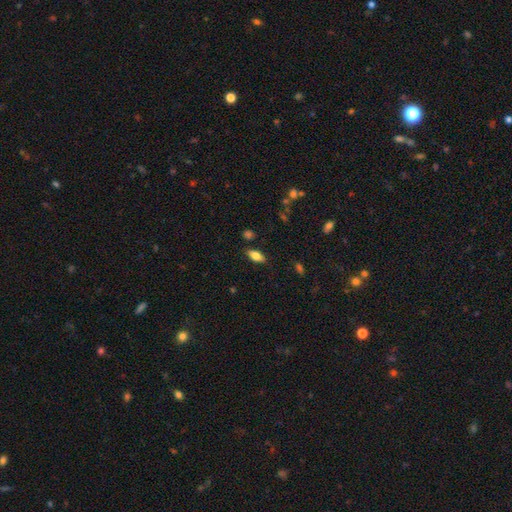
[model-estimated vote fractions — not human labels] Smooth or featured: smooth — 72% (featured or disk — 19%)
How rounded: in between — 84% (cigar-shaped — 12%)
Merging: none — 84% (minor disturbance — 11%)